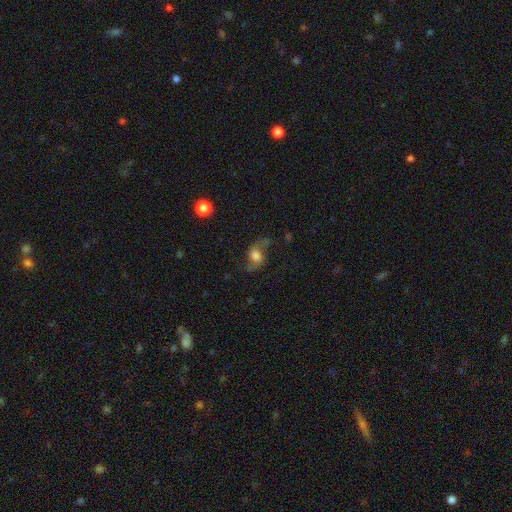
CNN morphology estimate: smooth-or-featured: featured or disk: 54% | smooth: 34% | star or artifact: 12%
  disk-edge-on: no: 94% | yes: 6%
    bar: no: 52% | weak: 38% | strong: 10%
    has-spiral-arms: yes: 88% | no: 12%
    bulge-size: large: 44% | moderate: 28% | dominant: 11% | small: 9% | none: 8%
  merging: none: 61% | minor disturbance: 20% | major disturbance: 16% | merger: 3%